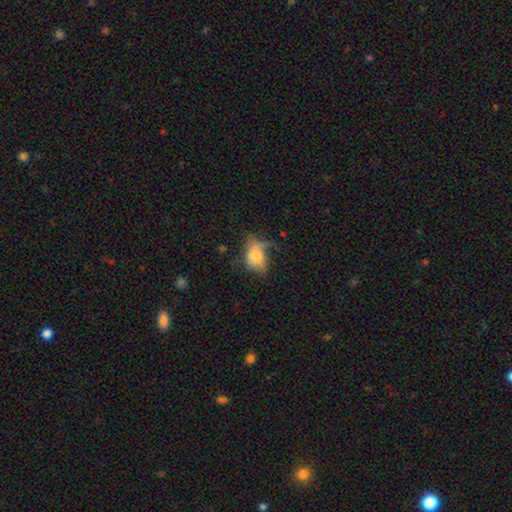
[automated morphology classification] Smooth or featured? Predicted: smooth (p=0.69). How rounded? Predicted: in between (p=0.81). Merging? Predicted: major disturbance (p=0.36).